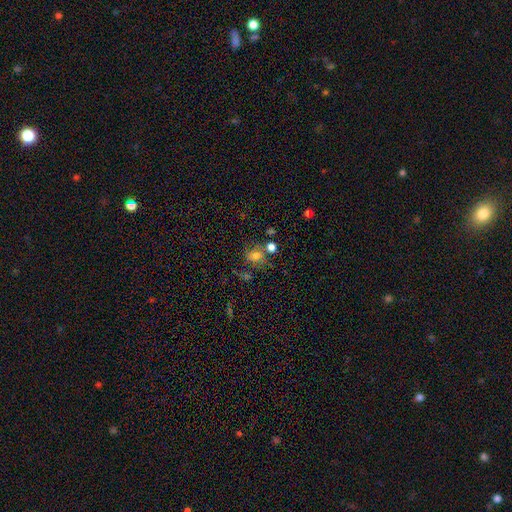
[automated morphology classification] type=smooth (61%); roundness=round (68%); merging=none (52%).